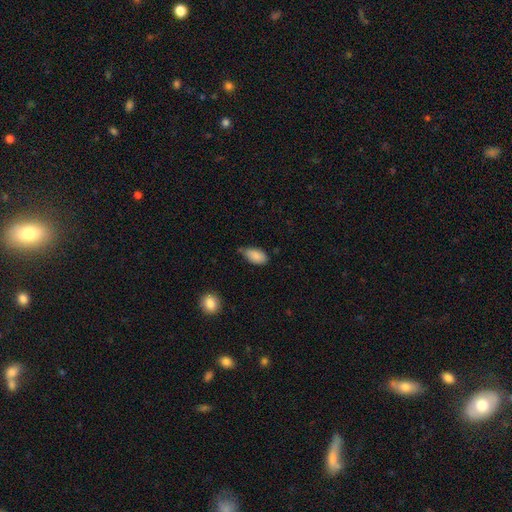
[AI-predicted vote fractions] Smooth or featured? smooth (87%)
How rounded? in between (93%)
Merging? none (52%)